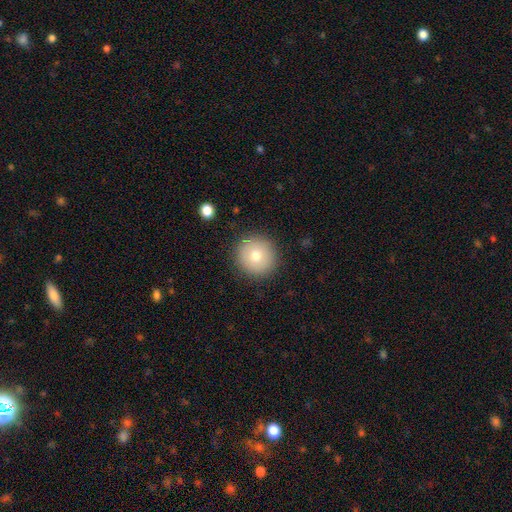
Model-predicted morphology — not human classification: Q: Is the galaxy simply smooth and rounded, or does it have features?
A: smooth — 73%.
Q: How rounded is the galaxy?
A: round — 95%.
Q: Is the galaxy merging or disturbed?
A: none — 89%.